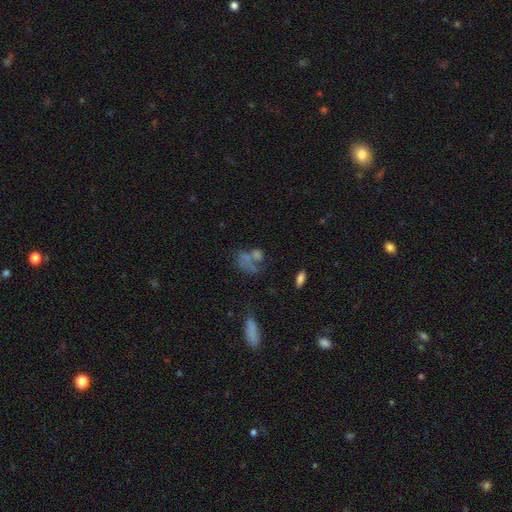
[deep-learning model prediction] smooth 49%, featured or disk 29%, star or artifact 22%. Down the decision tree: merging — merger (35%).